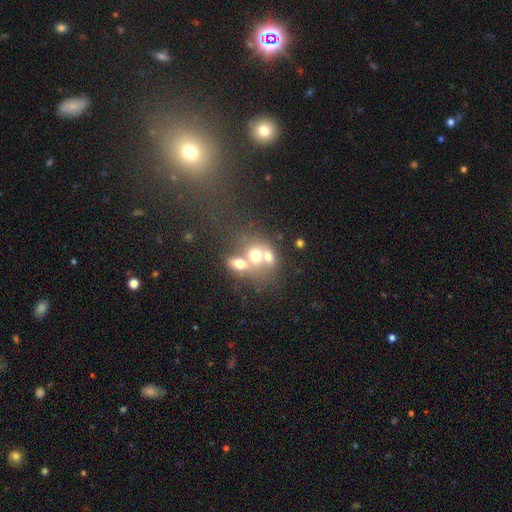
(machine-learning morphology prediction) A smooth galaxy with no disk features (61%) that is round (55%).

Vote fractions:
- Smooth or featured? smooth: 61% / featured or disk: 26% / star or artifact: 14%
- How rounded? round: 55% / in between: 43% / cigar-shaped: 1%
- Merging? merger: 66% / none: 22% / minor disturbance: 6% / major disturbance: 6%